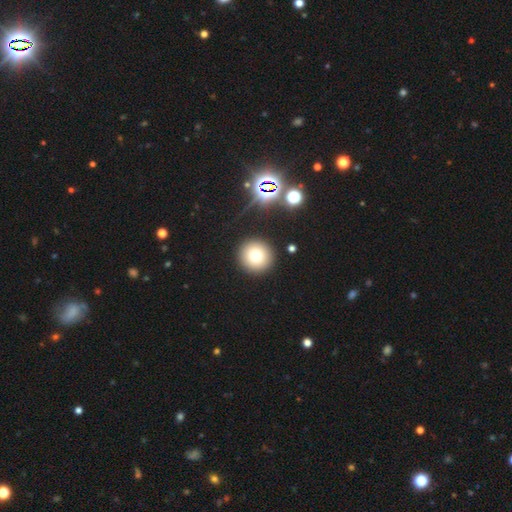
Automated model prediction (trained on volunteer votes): Smooth or featured? Predicted: smooth (p=0.73). How rounded? Predicted: round (p=0.95). Merging? Predicted: none (p=0.91).